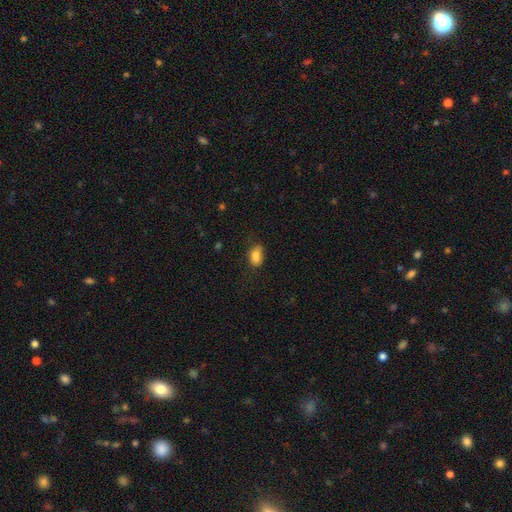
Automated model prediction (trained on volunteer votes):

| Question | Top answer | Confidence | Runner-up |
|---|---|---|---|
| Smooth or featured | smooth | 83% | star or artifact (9%) |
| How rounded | in between | 85% | round (12%) |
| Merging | none | 64% | minor disturbance (25%) |